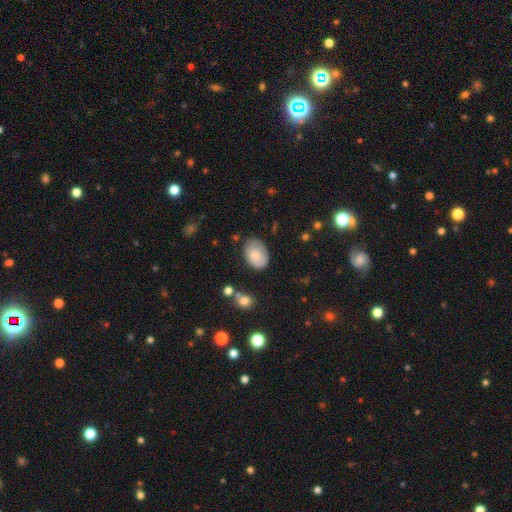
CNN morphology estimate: smooth_or_featured: smooth (p=0.79) [alt: featured or disk p=0.14]
how_rounded: in between (p=0.83) [alt: round p=0.16]
merging: none (p=0.74) [alt: minor disturbance p=0.19]